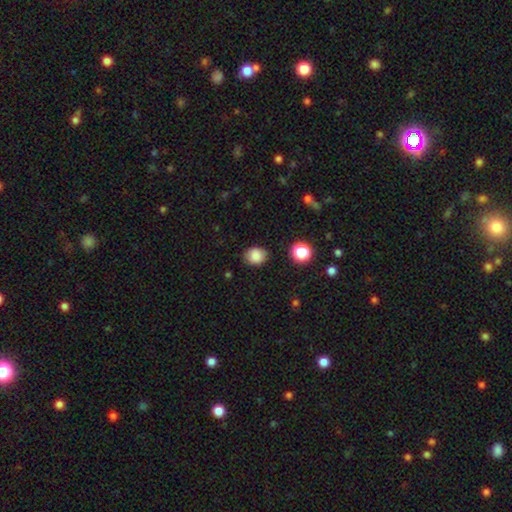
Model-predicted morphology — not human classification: smooth 85%, star or artifact 10%, featured or disk 5%. Down the decision tree: how rounded — round (57%); merging — none (80%).